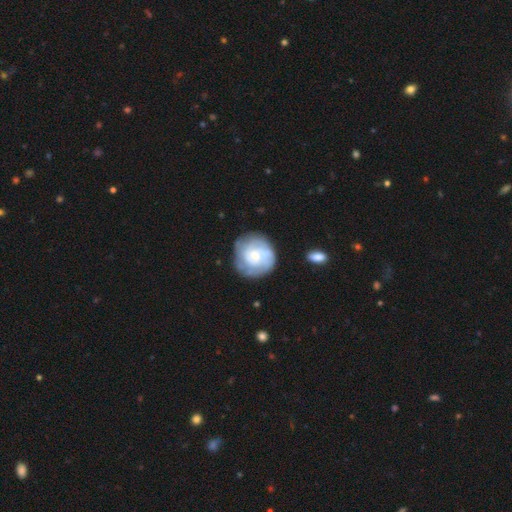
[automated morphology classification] A featured or disk galaxy (62%) with no bar (75%), spiral arms (76%) and a small central bulge (59%).

Vote fractions:
- Smooth or featured? featured or disk: 62% / smooth: 32% / star or artifact: 6%
- Edge-on disk? no: 98% / yes: 2%
- Bar? no: 75% / weak: 22% / strong: 3%
- Spiral arms? yes: 76% / no: 24%
- Bulge size? small: 59% / moderate: 31% / large: 5% / none: 4% / dominant: 1%
- Merging? none: 70% / minor disturbance: 18% / major disturbance: 8% / merger: 3%